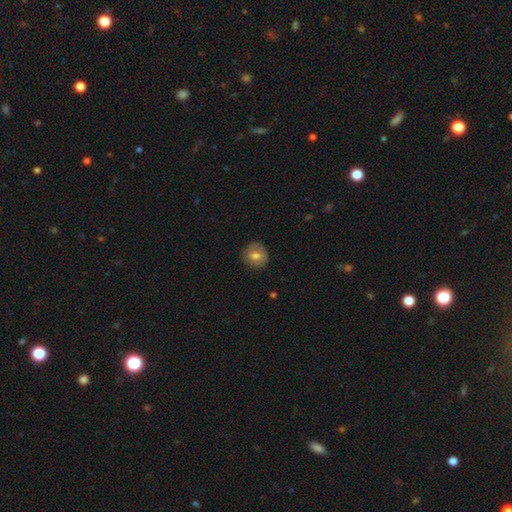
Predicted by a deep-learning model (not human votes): Smooth or featured: smooth — 66% (featured or disk — 26%)
How rounded: round — 84% (in between — 15%)
Merging: none — 82% (minor disturbance — 14%)